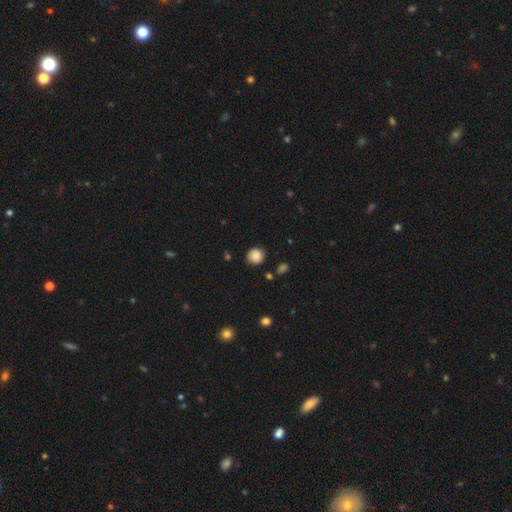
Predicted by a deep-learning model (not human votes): This is clearly a smooth galaxy (86%). How rounded: clearly round (91%). Merging: clearly none (84%).